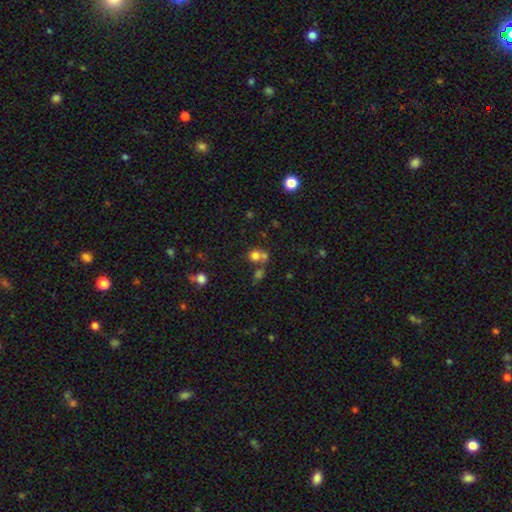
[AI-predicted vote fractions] Q: Smooth or featured?
A: smooth (72%); runner-up: star or artifact (16%)
Q: How rounded?
A: round (76%); runner-up: in between (22%)
Q: Merging?
A: merger (44%); runner-up: none (41%)